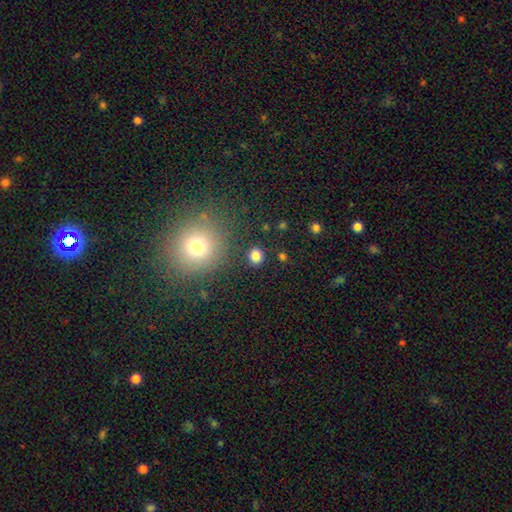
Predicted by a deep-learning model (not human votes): Smooth or featured: smooth — 82% (star or artifact — 13%)
How rounded: round — 76% (in between — 23%)
Merging: none — 88% (minor disturbance — 7%)